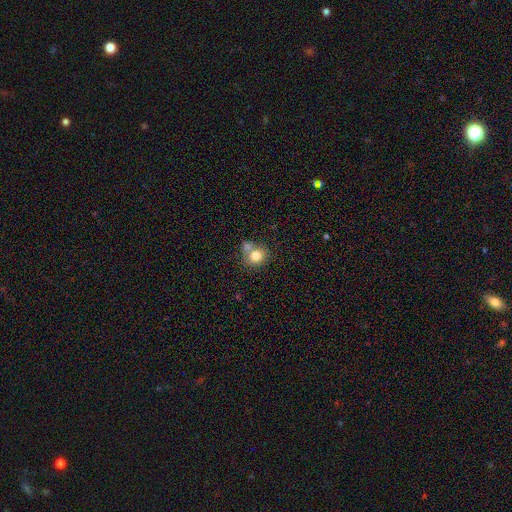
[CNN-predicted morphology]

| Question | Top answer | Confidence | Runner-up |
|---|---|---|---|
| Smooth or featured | smooth | 78% | featured or disk (12%) |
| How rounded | round | 77% | in between (22%) |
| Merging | none | 48% | merger (36%) |